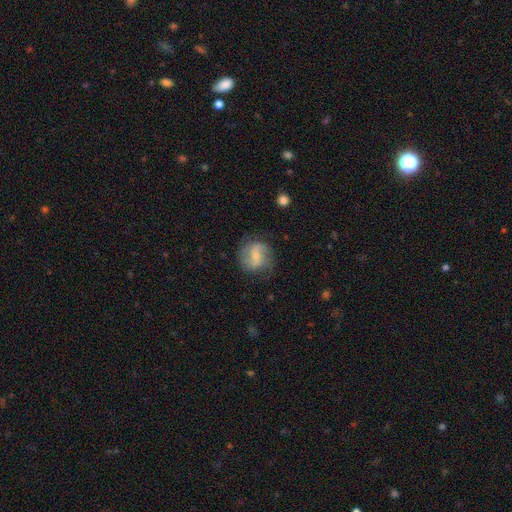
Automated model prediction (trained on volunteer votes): Smooth or featured? featured or disk (70%)
Edge-on disk? no (97%)
Bar? weak (50%)
Spiral arms? yes (91%)
Spiral winding? loose (43%)
Spiral arm count? 2 (86%)
Bulge size? small (56%)
Merging? none (73%)